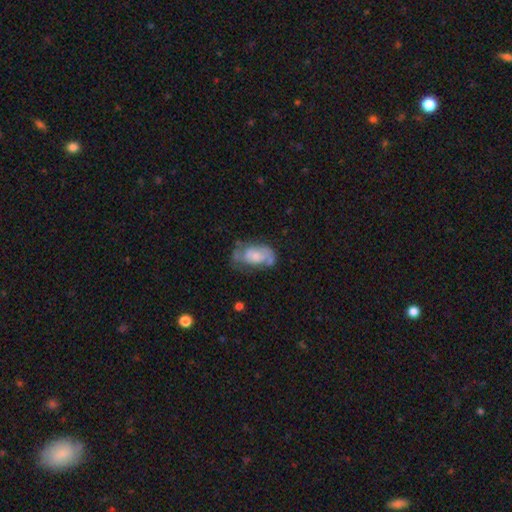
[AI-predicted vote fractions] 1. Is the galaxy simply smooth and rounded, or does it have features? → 51% featured or disk, 41% smooth, 7% star or artifact.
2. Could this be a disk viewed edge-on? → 95% no, 5% yes.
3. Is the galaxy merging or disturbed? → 39% none, 31% minor disturbance, 23% major disturbance, 7% merger.